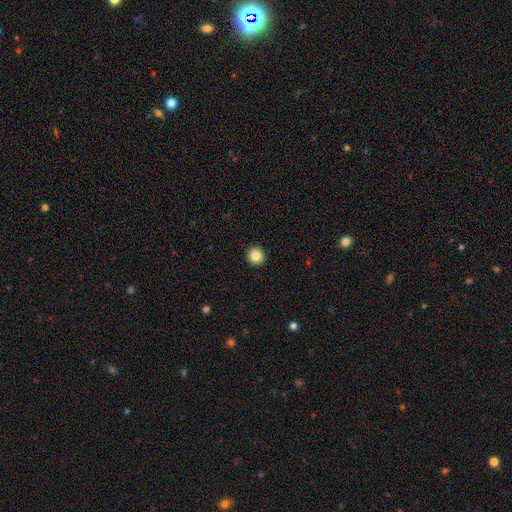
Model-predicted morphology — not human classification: type=smooth (84%); roundness=round (95%); merging=none (94%).